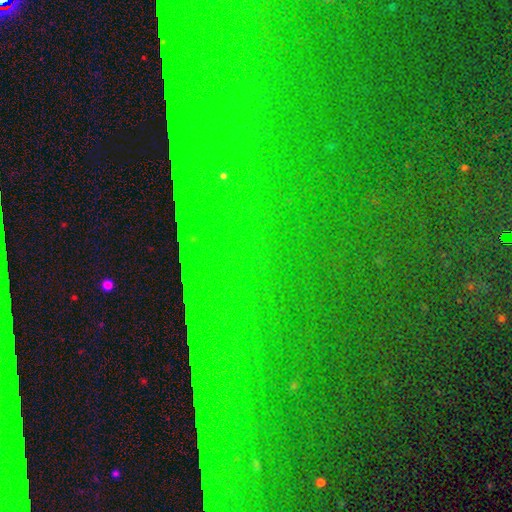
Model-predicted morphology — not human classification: Smooth or featured: star or artifact — 87% (featured or disk — 7%)